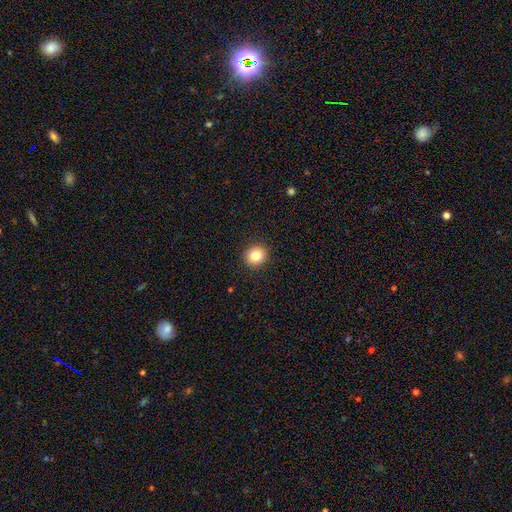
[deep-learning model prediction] Smooth or featured?
  - smooth: 83% *
  - star or artifact: 10%
  - featured or disk: 6%
How rounded?
  - round: 86% *
  - in between: 13%
  - cigar-shaped: 1%
Merging?
  - none: 92% *
  - minor disturbance: 5%
  - major disturbance: 2%
  - merger: 1%